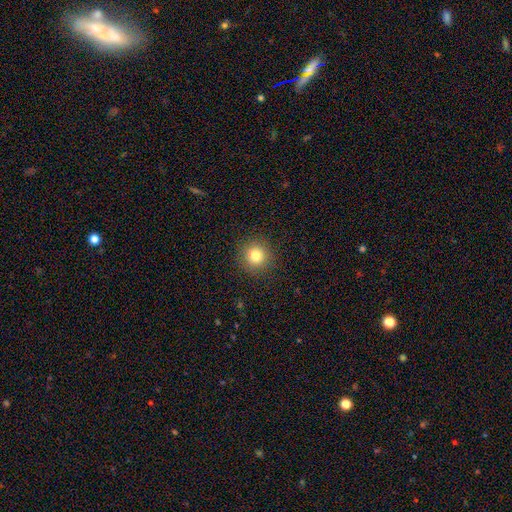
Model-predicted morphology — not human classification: Smooth or featured?
  - smooth: 79% *
  - star or artifact: 13%
  - featured or disk: 8%
How rounded?
  - round: 94% *
  - in between: 5%
  - cigar-shaped: 1%
Merging?
  - none: 90% *
  - minor disturbance: 6%
  - major disturbance: 2%
  - merger: 1%